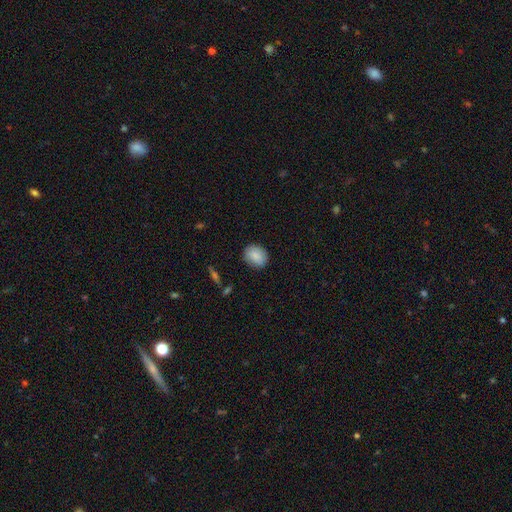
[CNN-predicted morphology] Smooth or featured? smooth (87%)
How rounded? in between (54%)
Merging? none (84%)